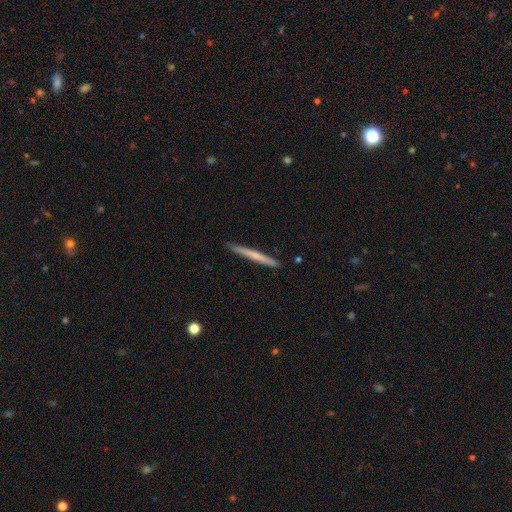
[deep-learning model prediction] Overall: smooth (55%; featured or disk 40%). How rounded: cigar-shaped (97%). Merging: none (89%).